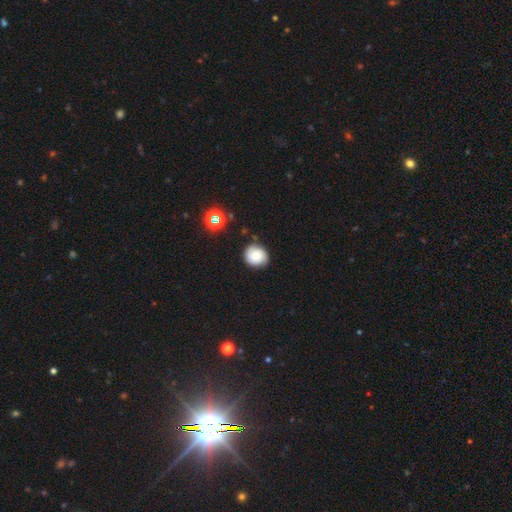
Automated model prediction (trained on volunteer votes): Overall: smooth (75%). How rounded: round (79%). Merging: none (79%).